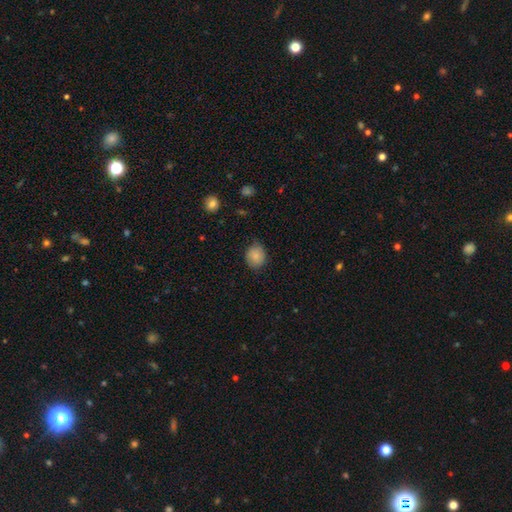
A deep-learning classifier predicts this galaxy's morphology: type=smooth (85%); roundness=round (68%); merging=none (74%).